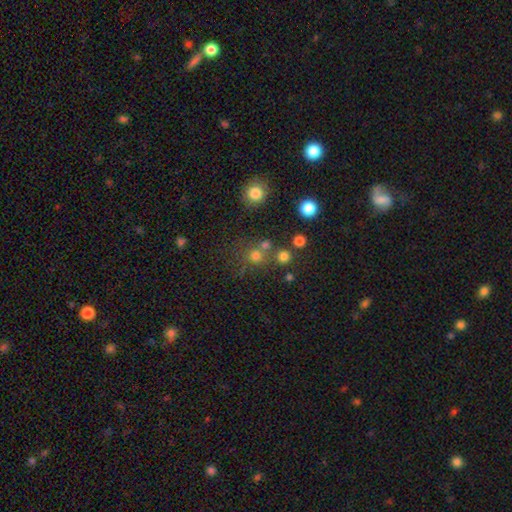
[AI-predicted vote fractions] A smooth galaxy with no disk features (71%) that is round (90%).

Vote fractions:
- Smooth or featured? smooth: 71% / star or artifact: 20% / featured or disk: 9%
- How rounded? round: 90% / in between: 9% / cigar-shaped: 1%
- Merging? none: 66% / merger: 21% / minor disturbance: 9% / major disturbance: 5%